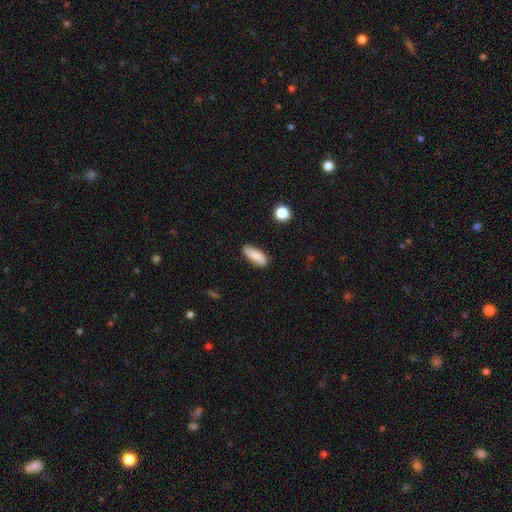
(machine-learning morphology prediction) The model was most divided on "how rounded": in between: 67%, cigar-shaped: 30%, round: 3%. More confident: merging — none (78%); smooth or featured — smooth (77%).